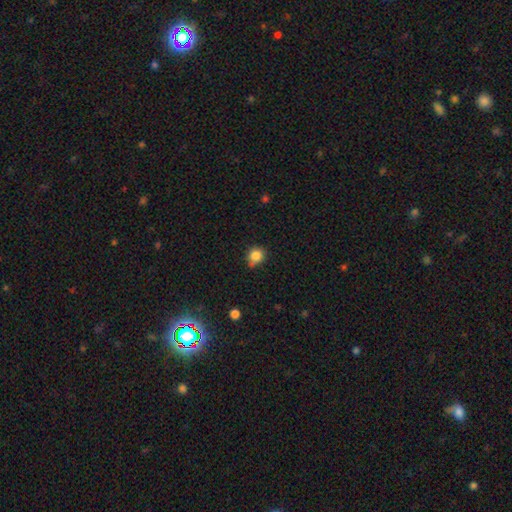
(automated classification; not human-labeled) smooth-or-featured: smooth: 84% | star or artifact: 11% | featured or disk: 5%
  how-rounded: round: 82% | in between: 17% | cigar-shaped: 1%
  merging: none: 66% | minor disturbance: 23% | merger: 7% | major disturbance: 4%